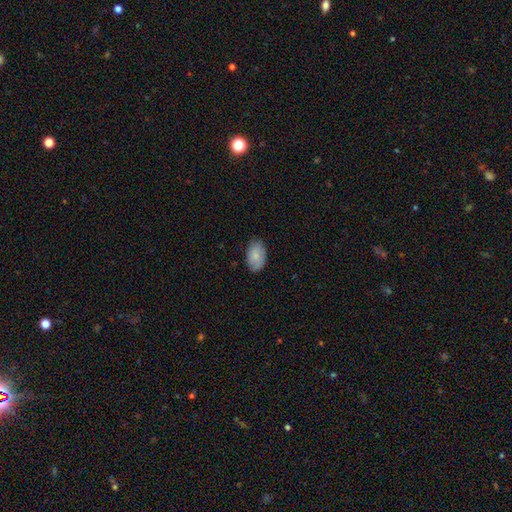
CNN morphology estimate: Smooth or featured?
  - smooth: 82% *
  - featured or disk: 12%
  - star or artifact: 6%
How rounded?
  - in between: 92% *
  - round: 7%
  - cigar-shaped: 1%
Merging?
  - none: 82% *
  - minor disturbance: 14%
  - major disturbance: 3%
  - merger: 1%